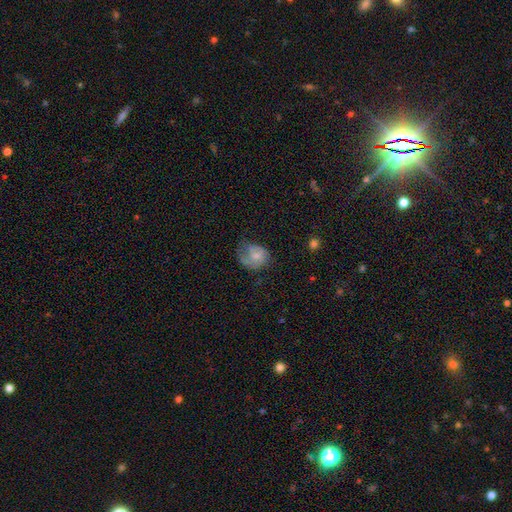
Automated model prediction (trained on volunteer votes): Smooth or featured? Predicted: smooth (p=0.56). How rounded? Predicted: round (p=0.55). Merging? Predicted: none (p=0.35).